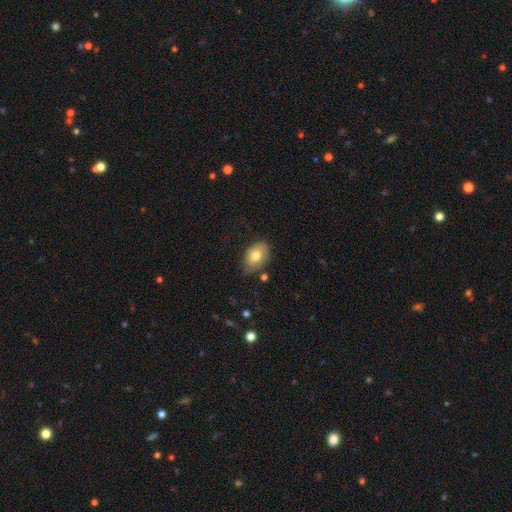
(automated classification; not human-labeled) The model was most divided on "merging": none: 71%, minor disturbance: 22%, major disturbance: 4%, merger: 3%. More confident: how rounded — in between (88%); smooth or featured — smooth (74%).